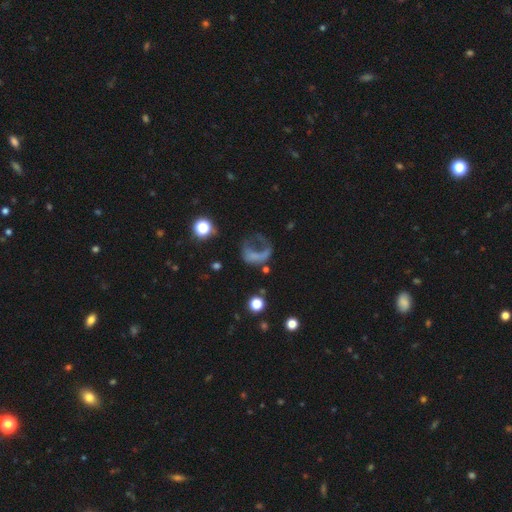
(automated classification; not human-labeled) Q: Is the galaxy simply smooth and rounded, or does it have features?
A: featured or disk — 42%.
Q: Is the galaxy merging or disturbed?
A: major disturbance — 57%.